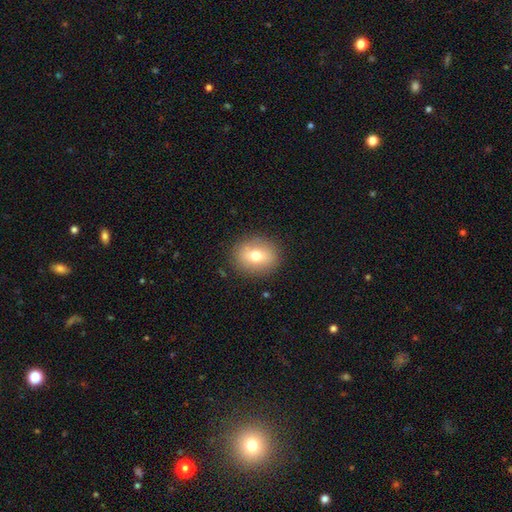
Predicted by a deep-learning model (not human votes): Overall: smooth (70%). How rounded: round (53%; in between 45%). Merging: none (87%).